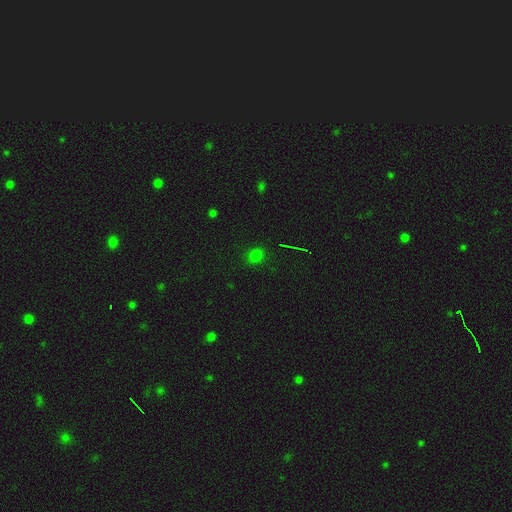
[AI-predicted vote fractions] Q: Smooth or featured?
A: smooth (73%); runner-up: star or artifact (22%)
Q: How rounded?
A: round (49%); tied with: in between (49%)
Q: Merging?
A: none (86%); runner-up: minor disturbance (10%)